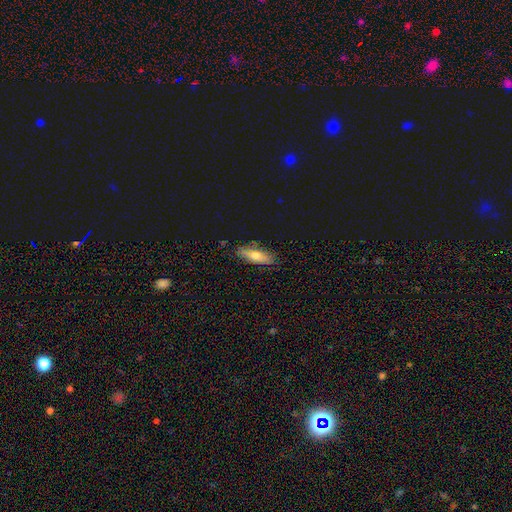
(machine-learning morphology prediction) Q: Smooth or featured?
A: smooth (62%); runner-up: featured or disk (29%)
Q: How rounded?
A: in between (54%); runner-up: cigar-shaped (43%)
Q: Merging?
A: none (83%); runner-up: minor disturbance (13%)